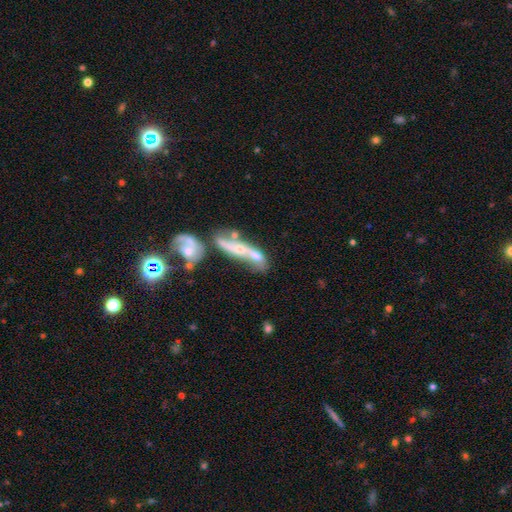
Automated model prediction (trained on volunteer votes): smooth_or_featured: featured or disk (p=0.62) [alt: smooth p=0.30]
disk_edge_on: no (p=0.75) [alt: yes p=0.25]
merging: merger (p=0.46) [alt: none p=0.25]